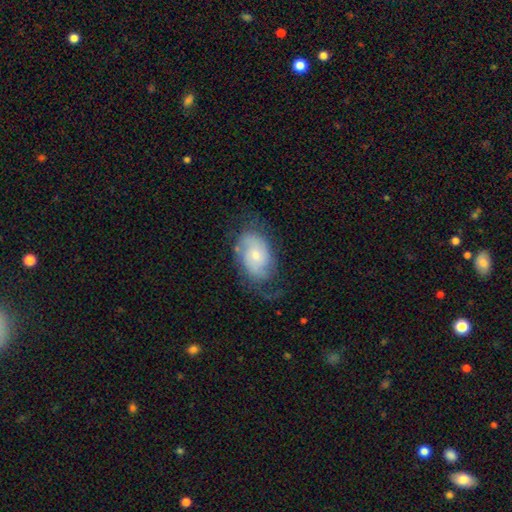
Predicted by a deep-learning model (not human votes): This appears to be a featured or disk galaxy (61%) with no bar (71%), spiral arms (83%) and a small central bulge (55%). Merging: none (55%).